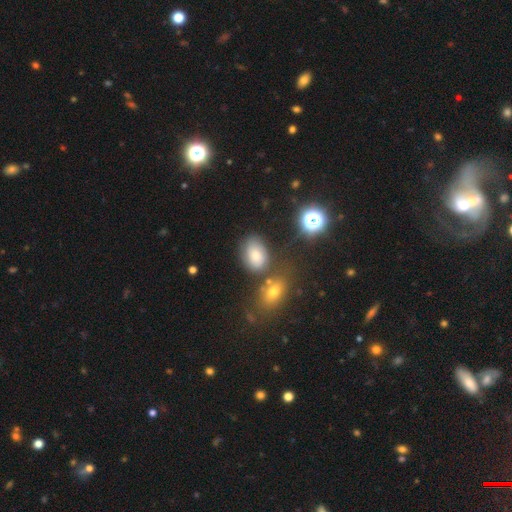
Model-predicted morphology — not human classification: Smooth or featured? Predicted: smooth (p=0.66). How rounded? Predicted: in between (p=0.78). Merging? Predicted: none (p=0.65).